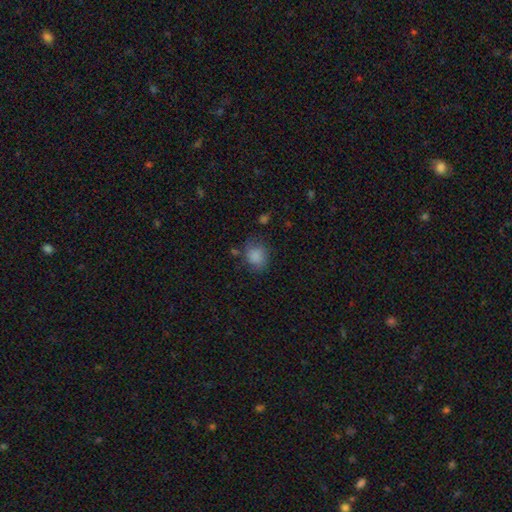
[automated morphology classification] smooth 85%, star or artifact 9%, featured or disk 6%. Down the decision tree: how rounded — round (62%); merging — none (66%).